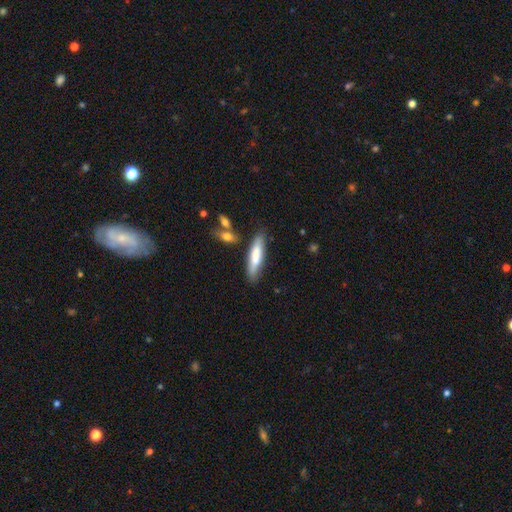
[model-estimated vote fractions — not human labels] smooth-or-featured: smooth: 72% | featured or disk: 22% | star or artifact: 6%
  how-rounded: cigar-shaped: 76% | in between: 23% | round: 1%
  merging: none: 77% | minor disturbance: 14% | merger: 5% | major disturbance: 3%